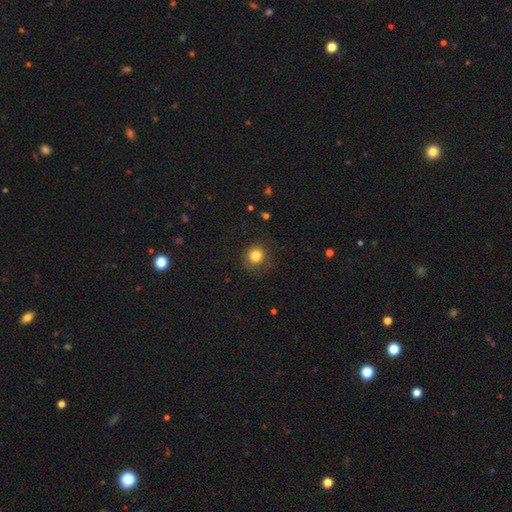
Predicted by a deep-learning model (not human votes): A smooth galaxy with no disk features (82%) that is round (88%).

Vote fractions:
- Smooth or featured? smooth: 82% / star or artifact: 11% / featured or disk: 7%
- How rounded? round: 88% / in between: 11% / cigar-shaped: 1%
- Merging? none: 82% / minor disturbance: 12% / major disturbance: 5% / merger: 1%